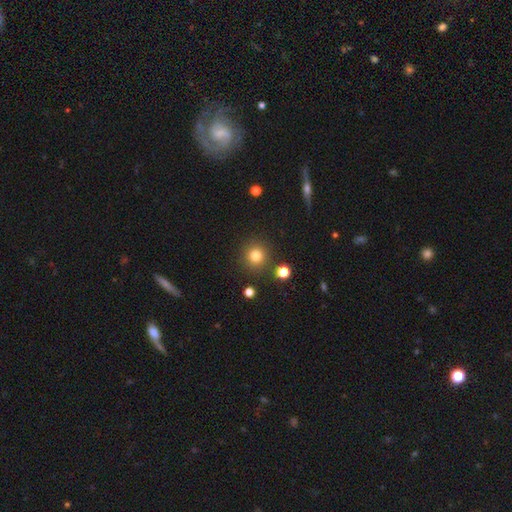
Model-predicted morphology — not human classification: Overall: smooth (81%). How rounded: round (93%). Merging: none (87%).